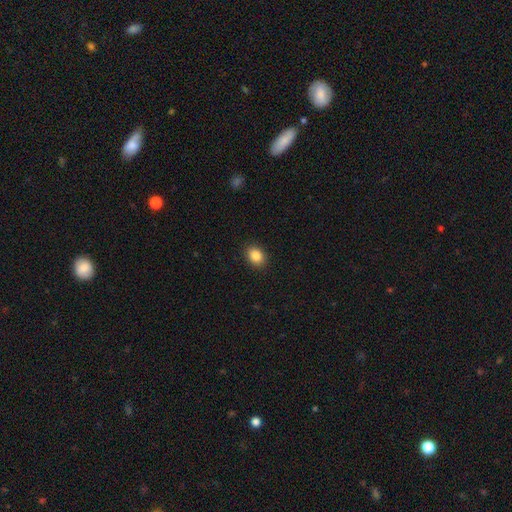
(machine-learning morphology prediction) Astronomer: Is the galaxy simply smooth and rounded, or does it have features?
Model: smooth — 86%.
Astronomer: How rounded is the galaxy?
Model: in between — 65%.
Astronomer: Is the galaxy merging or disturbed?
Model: none — 90%.